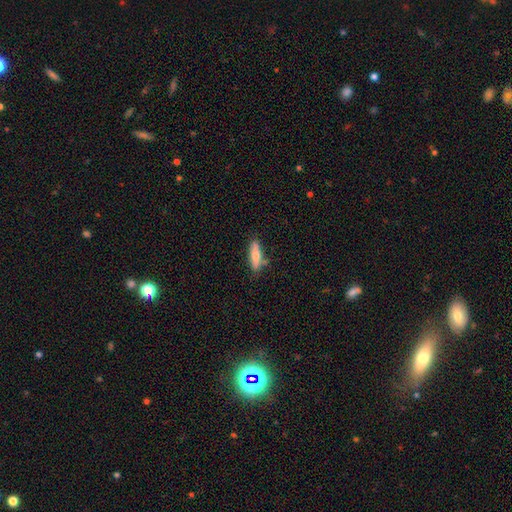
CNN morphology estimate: This is likely a smooth galaxy (70%). How rounded: possibly cigar-shaped (56%). Merging: likely none (76%).